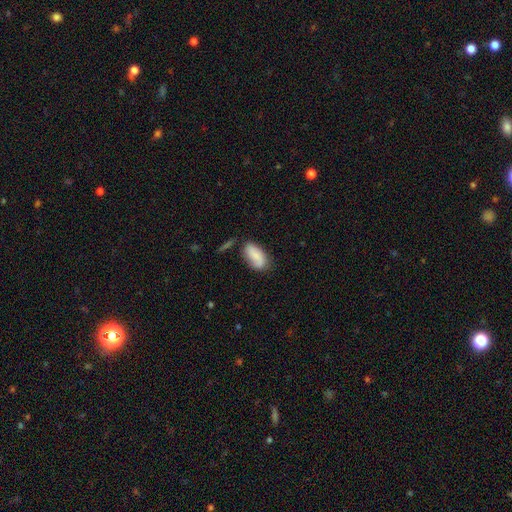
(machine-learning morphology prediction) A smooth galaxy with no disk features (77%) that is in between round and cigar-shaped (92%). Merging: none (65%).